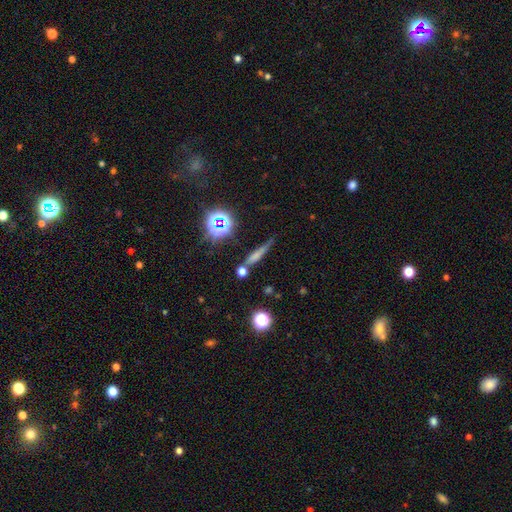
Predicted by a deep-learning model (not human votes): This is possibly a smooth galaxy (53%). How rounded: clearly cigar-shaped (81%). Merging: likely none (63%).